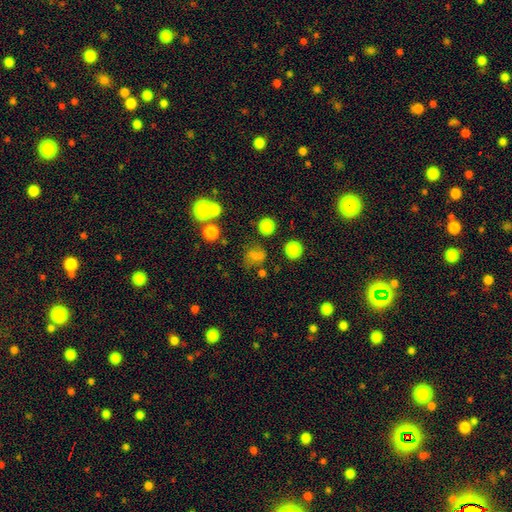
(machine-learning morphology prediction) Overall: smooth (64%; star or artifact 25%). How rounded: round (59%; in between 39%). Merging: none (61%).